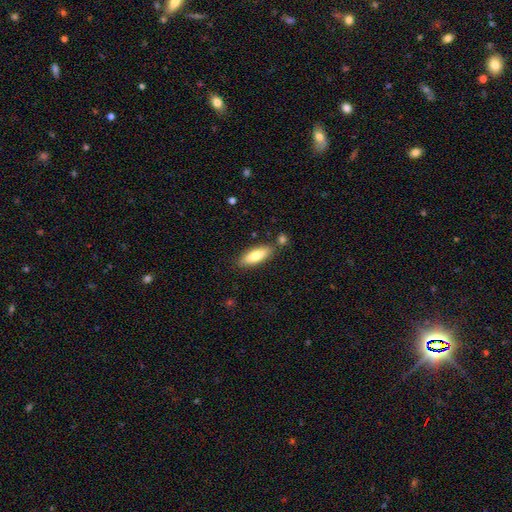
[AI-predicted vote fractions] smooth 79%, featured or disk 15%, star or artifact 6%. Down the decision tree: how rounded — in between (60%); merging — none (80%).